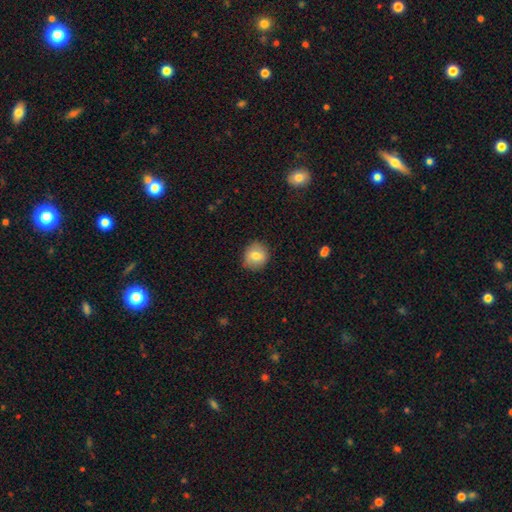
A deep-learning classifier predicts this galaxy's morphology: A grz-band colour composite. It shows a smooth galaxy with no disk features (75%) that is round (86%). Merging: none (86%).